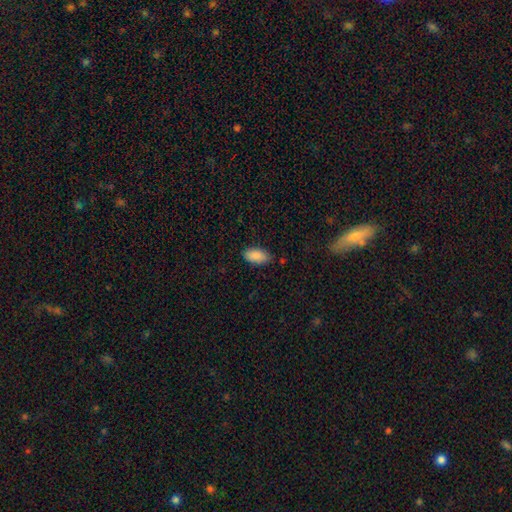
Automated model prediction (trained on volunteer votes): smooth_or_featured: smooth (p=0.89) [alt: star or artifact p=0.07]
how_rounded: in between (p=0.93) [alt: cigar-shaped p=0.05]
merging: none (p=0.82) [alt: minor disturbance p=0.14]